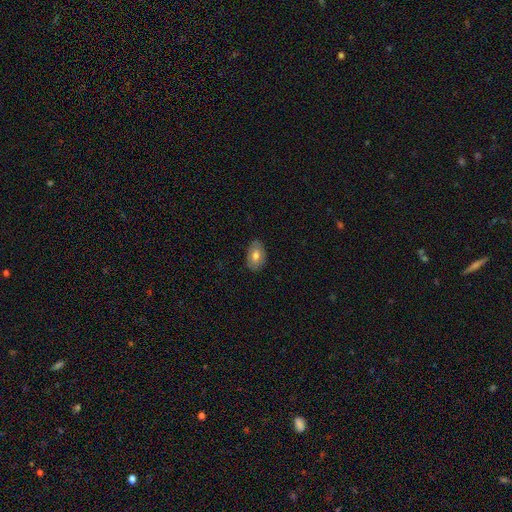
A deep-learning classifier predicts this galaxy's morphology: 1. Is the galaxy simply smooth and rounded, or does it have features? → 73% smooth, 20% featured or disk, 7% star or artifact.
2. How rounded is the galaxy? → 90% in between, 9% round, 1% cigar-shaped.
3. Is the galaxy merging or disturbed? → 83% none, 13% minor disturbance, 2% major disturbance, 1% merger.